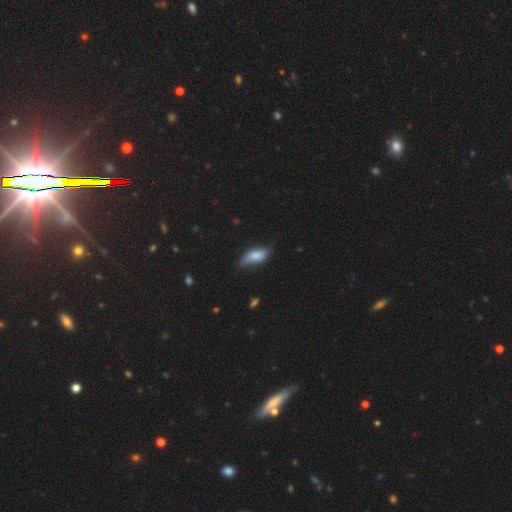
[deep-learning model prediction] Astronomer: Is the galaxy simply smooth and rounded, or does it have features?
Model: smooth — 73%.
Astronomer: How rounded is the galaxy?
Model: in between — 79%.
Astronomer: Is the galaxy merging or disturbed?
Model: none — 58% (runner-up: minor disturbance, 33%).